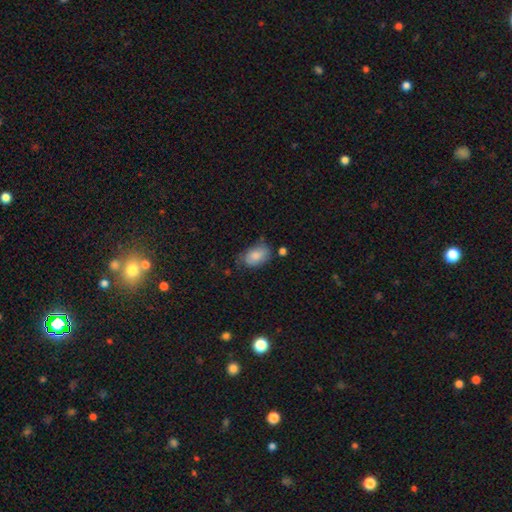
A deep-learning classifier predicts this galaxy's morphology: This appears to be a smooth galaxy with no disk features (80%) that is in between round and cigar-shaped (88%). Merging: none (55%).